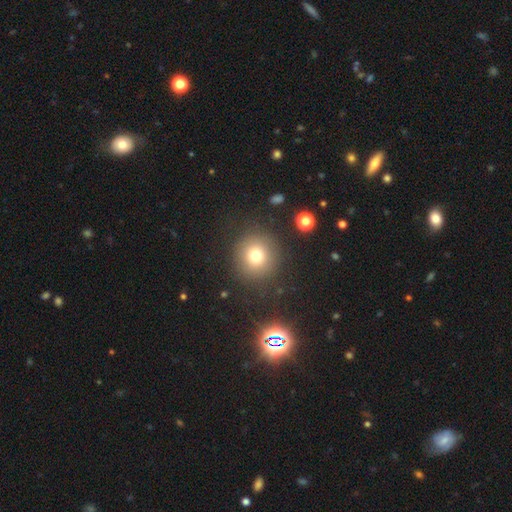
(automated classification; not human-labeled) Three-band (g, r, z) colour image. It shows a smooth galaxy with no disk features (74%) that is round (92%). Merging: none (86%).